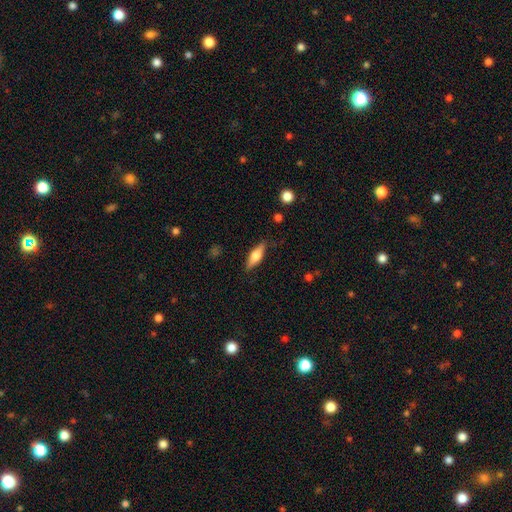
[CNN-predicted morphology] This appears to be a smooth galaxy with no disk features (54%) that is in between round and cigar-shaped (52%). Merging: none (83%).